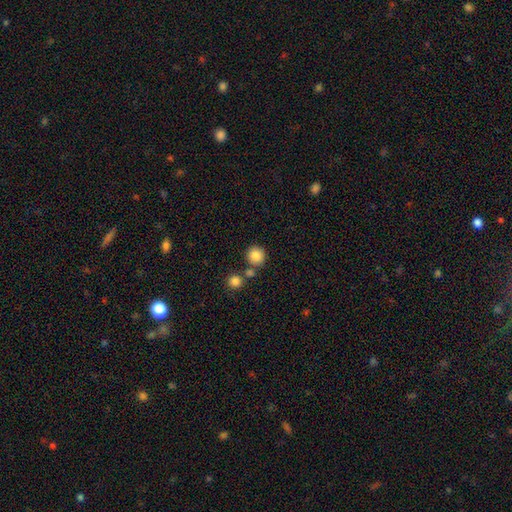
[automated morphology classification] The model was most divided on "merging": none: 76%, merger: 13%, minor disturbance: 8%, major disturbance: 3%. More confident: how rounded — round (93%); smooth or featured — smooth (85%).